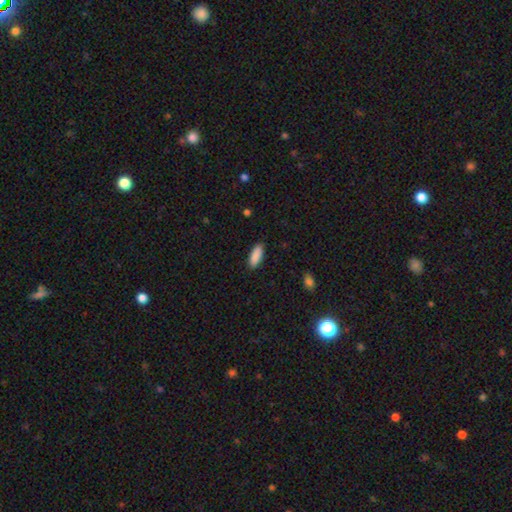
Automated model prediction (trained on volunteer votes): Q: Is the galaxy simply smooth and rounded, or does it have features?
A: smooth — 90%.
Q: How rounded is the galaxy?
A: in between — 68%.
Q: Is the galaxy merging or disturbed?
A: none — 89%.